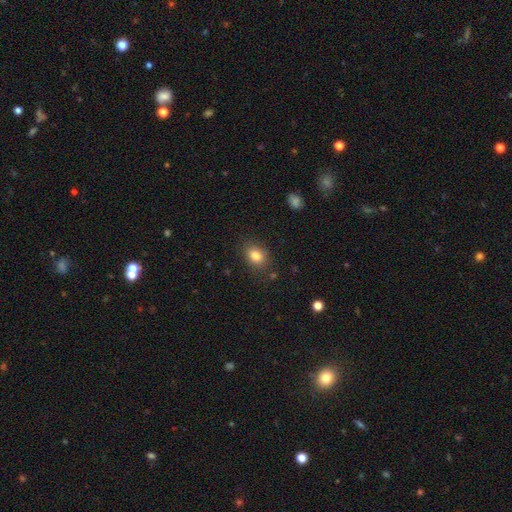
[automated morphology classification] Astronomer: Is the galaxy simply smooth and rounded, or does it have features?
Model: smooth — 83%.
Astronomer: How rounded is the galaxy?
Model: in between — 64%.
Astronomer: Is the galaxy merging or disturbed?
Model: none — 83%.